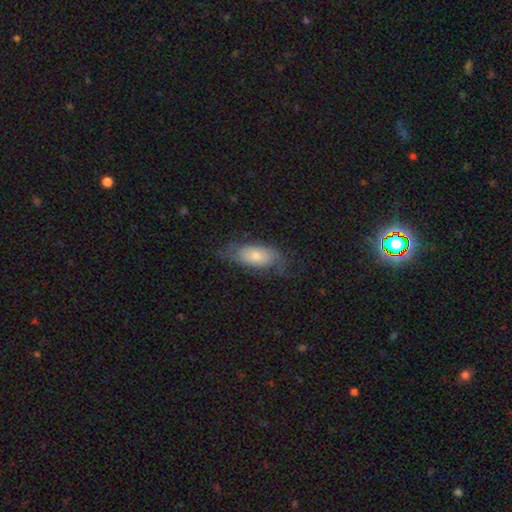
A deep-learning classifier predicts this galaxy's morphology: Smooth or featured: smooth — 48% (featured or disk — 44%)
Merging: none — 60% (minor disturbance — 25%)